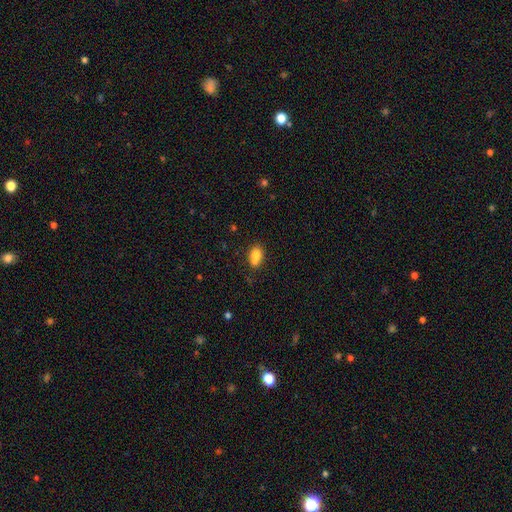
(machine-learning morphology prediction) A smooth galaxy with no disk features (80%) that is in between round and cigar-shaped (81%). Merging: none (56%).